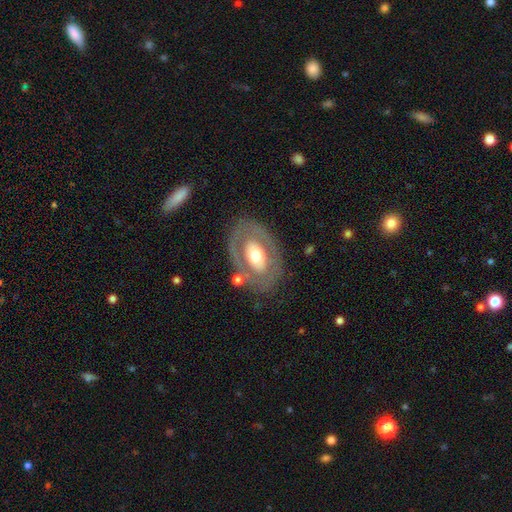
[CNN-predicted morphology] Smooth or featured: featured or disk — 57% (smooth — 37%)
Edge-on disk: no — 91% (yes — 9%)
Bar: no — 71% (weak — 17%)
Spiral arms: no — 82% (yes — 18%)
Bulge size: moderate — 61% (large — 24%)
Merging: none — 74% (minor disturbance — 14%)